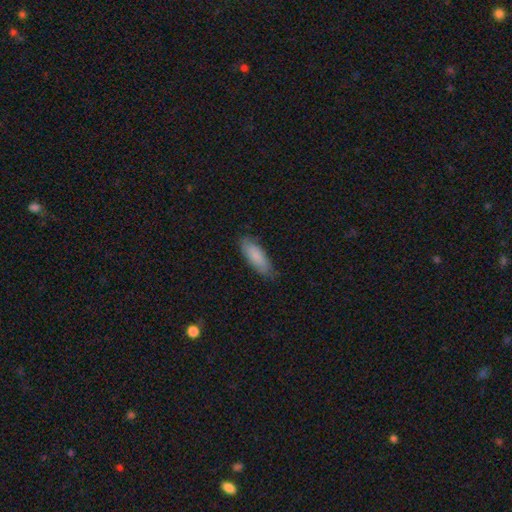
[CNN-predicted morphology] smooth-or-featured: smooth: 81% | featured or disk: 13% | star or artifact: 6%
  how-rounded: in between: 65% | cigar-shaped: 33% | round: 2%
  merging: none: 74% | minor disturbance: 21% | major disturbance: 4% | merger: 1%